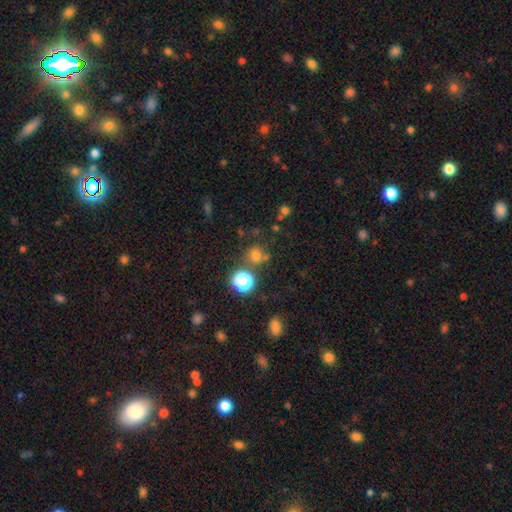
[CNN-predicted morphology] This appears to be a smooth galaxy with no disk features (68%) that is round (86%). Merging: none (72%).